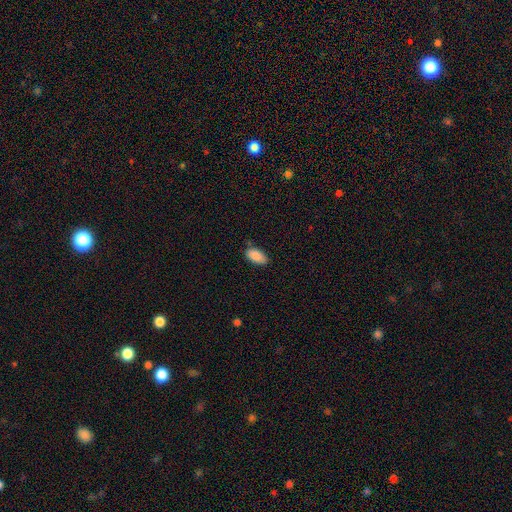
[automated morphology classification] smooth-or-featured: smooth: 87% | star or artifact: 7% | featured or disk: 6%
  how-rounded: in between: 94% | cigar-shaped: 3% | round: 3%
  merging: none: 79% | minor disturbance: 16% | major disturbance: 3% | merger: 2%